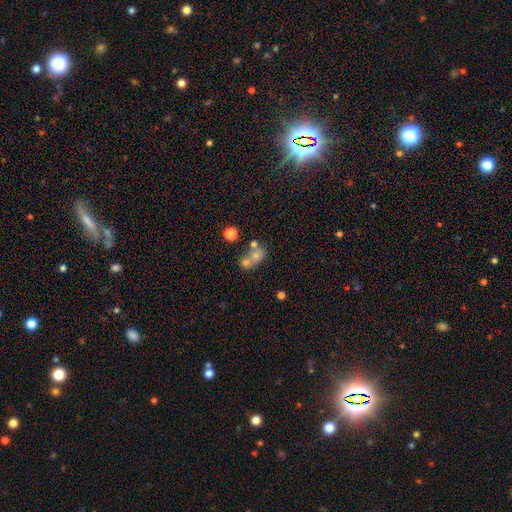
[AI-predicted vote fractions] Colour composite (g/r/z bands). It shows a smooth galaxy with no disk features (62%) that is round (53%). Merging: merger (56%).